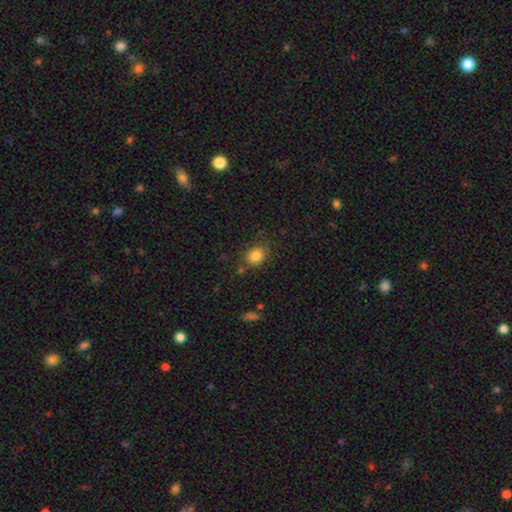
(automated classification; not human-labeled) A smooth galaxy with no disk features (84%) that is round (60%).

Vote fractions:
- Smooth or featured? smooth: 84% / star or artifact: 10% / featured or disk: 6%
- How rounded? round: 60% / in between: 39% / cigar-shaped: 1%
- Merging? none: 76% / minor disturbance: 15% / major disturbance: 4% / merger: 4%